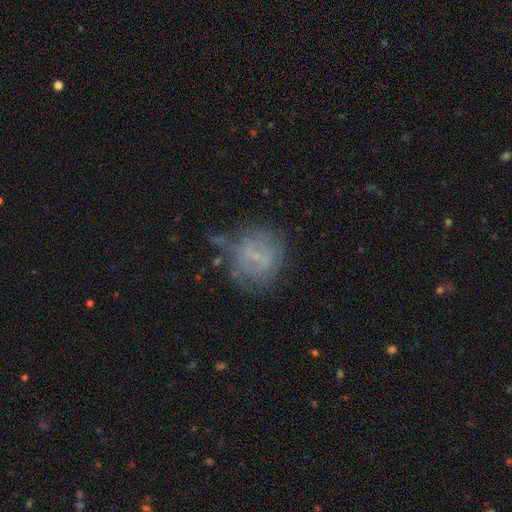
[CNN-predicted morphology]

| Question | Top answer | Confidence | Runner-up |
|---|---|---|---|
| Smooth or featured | smooth | 43% | featured or disk (41%) |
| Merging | none | 58% | minor disturbance (22%) |